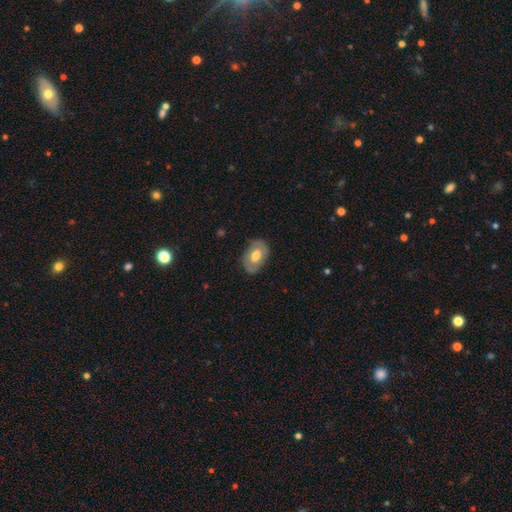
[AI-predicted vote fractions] smooth-or-featured: smooth: 51% | featured or disk: 42% | star or artifact: 6%
  how-rounded: in between: 85% | round: 14% | cigar-shaped: 1%
  merging: none: 77% | minor disturbance: 17% | major disturbance: 5% | merger: 1%